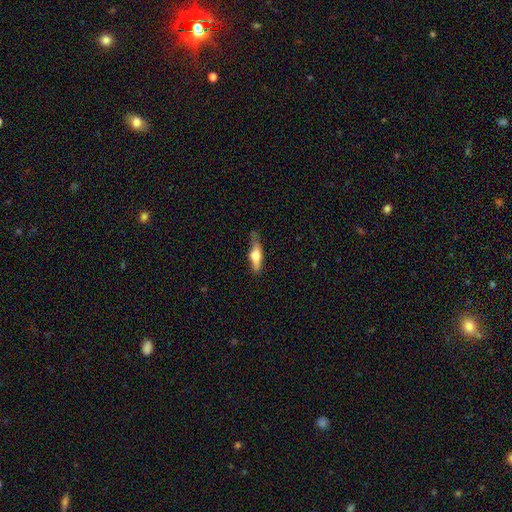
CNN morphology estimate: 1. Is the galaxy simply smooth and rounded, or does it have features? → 54% smooth, 39% featured or disk, 7% star or artifact.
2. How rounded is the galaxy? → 62% cigar-shaped, 35% in between, 3% round.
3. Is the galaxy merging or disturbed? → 61% none, 28% minor disturbance, 9% major disturbance, 3% merger.